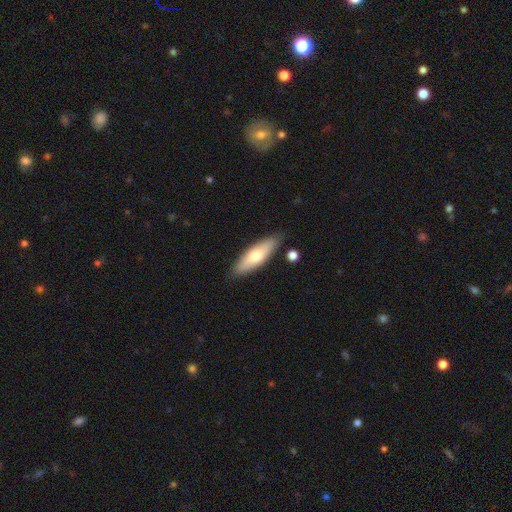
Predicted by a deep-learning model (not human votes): smooth-or-featured: smooth: 64% | featured or disk: 30% | star or artifact: 6%
  how-rounded: in between: 50% | cigar-shaped: 48% | round: 2%
  merging: none: 85% | minor disturbance: 10% | merger: 3% | major disturbance: 2%